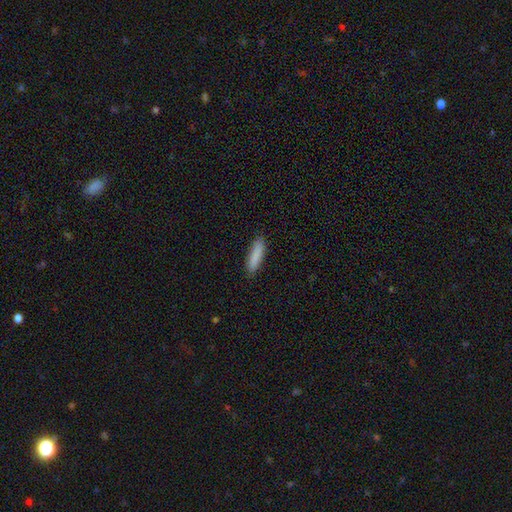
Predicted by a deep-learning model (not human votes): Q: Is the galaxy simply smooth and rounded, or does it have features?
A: smooth — 87%.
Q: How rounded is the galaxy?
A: cigar-shaped — 76%.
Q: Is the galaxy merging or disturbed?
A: none — 89%.